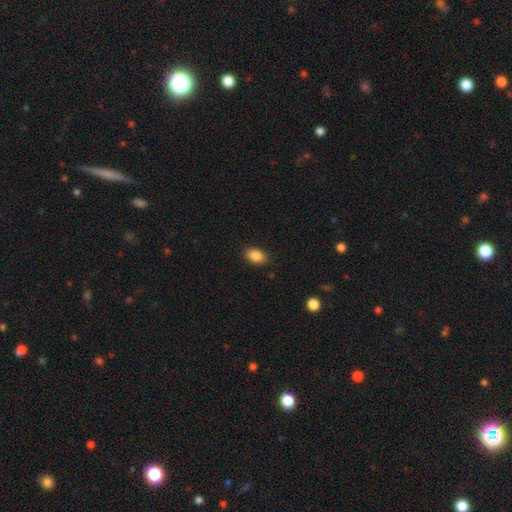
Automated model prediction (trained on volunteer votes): Overall: smooth (86%). How rounded: in between (87%). Merging: none (87%).